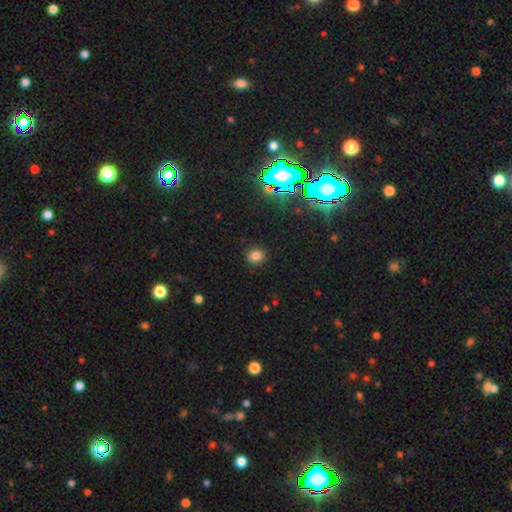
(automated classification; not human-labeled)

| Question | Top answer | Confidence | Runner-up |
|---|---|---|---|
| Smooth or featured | smooth | 78% | star or artifact (17%) |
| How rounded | round | 79% | in between (20%) |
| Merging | none | 89% | minor disturbance (7%) |